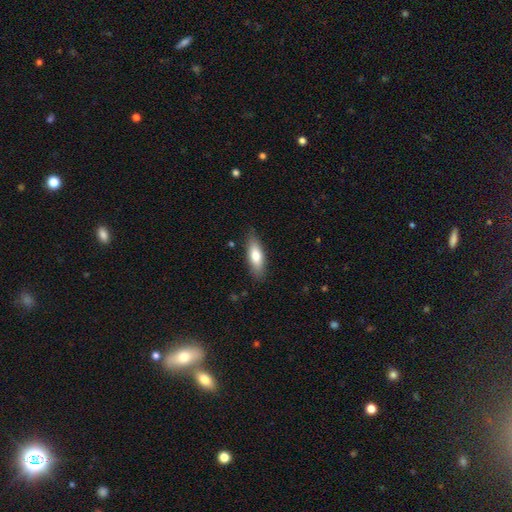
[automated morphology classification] Smooth or featured: smooth — 73% (featured or disk — 21%)
How rounded: in between — 59% (cigar-shaped — 39%)
Merging: none — 84% (minor disturbance — 12%)